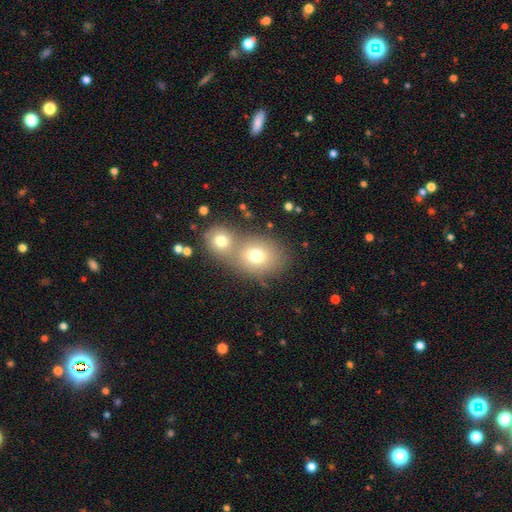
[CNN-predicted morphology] A smooth galaxy with no disk features (72%) that is round (56%). Merging: merger (55%).